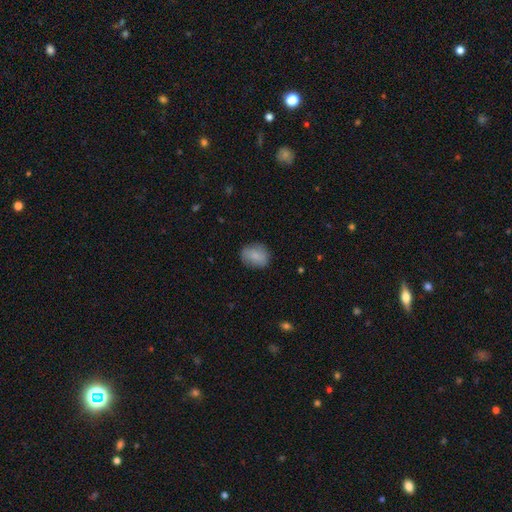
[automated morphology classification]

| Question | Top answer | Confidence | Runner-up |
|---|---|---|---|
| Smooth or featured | smooth | 84% | featured or disk (9%) |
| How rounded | in between | 56% | round (43%) |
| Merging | none | 81% | minor disturbance (15%) |